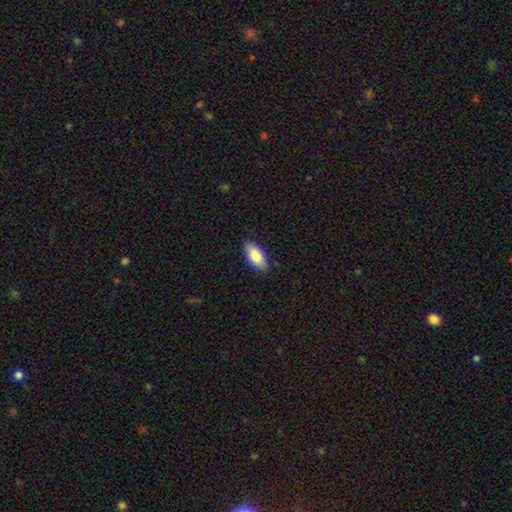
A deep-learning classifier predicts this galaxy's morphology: This is clearly a smooth galaxy (84%). How rounded: clearly in between (89%). Merging: clearly none (87%).